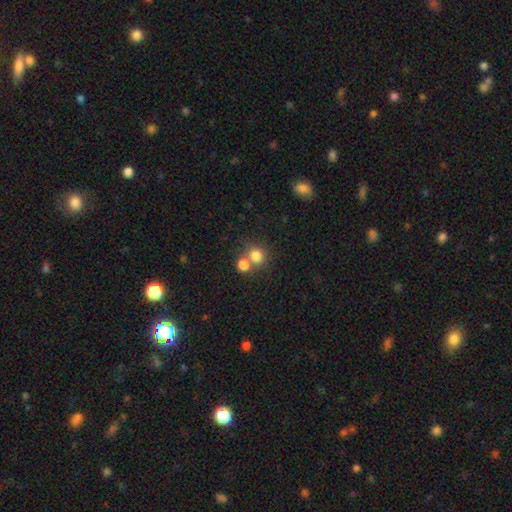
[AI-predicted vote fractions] Smooth or featured? Predicted: smooth (p=0.79). How rounded? Predicted: round (p=0.82). Merging? Predicted: none (p=0.51).